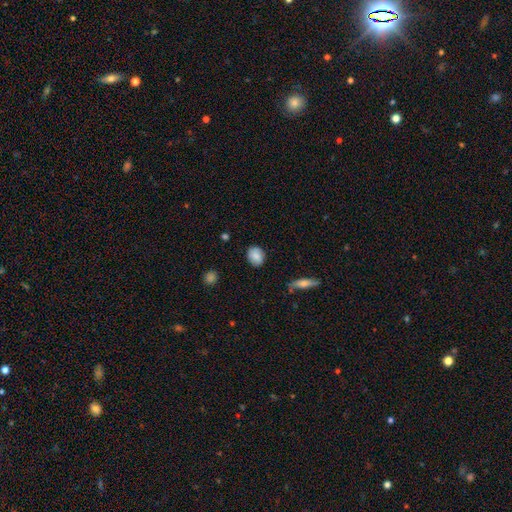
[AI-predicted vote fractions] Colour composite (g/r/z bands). It shows a smooth galaxy with no disk features (82%) that is in between round and cigar-shaped (53%). Merging: none (84%).